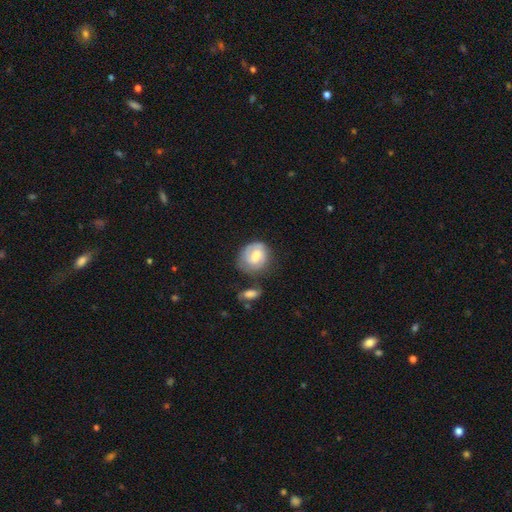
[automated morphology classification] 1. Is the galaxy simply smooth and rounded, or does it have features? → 47% smooth, 46% featured or disk, 7% star or artifact.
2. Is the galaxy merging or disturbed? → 58% none, 23% minor disturbance, 10% major disturbance, 8% merger.